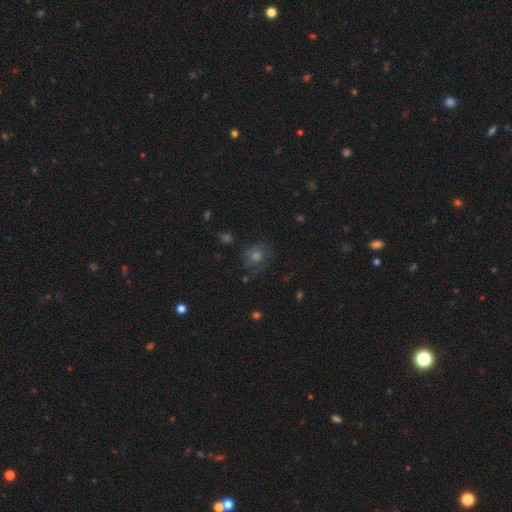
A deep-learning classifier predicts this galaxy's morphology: Overall: smooth (42%; featured or disk 32%). Merging: none (71%).